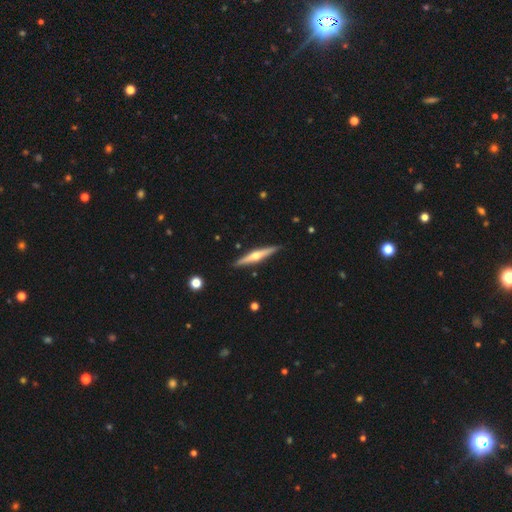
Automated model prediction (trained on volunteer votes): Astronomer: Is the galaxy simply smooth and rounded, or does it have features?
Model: featured or disk — 72%.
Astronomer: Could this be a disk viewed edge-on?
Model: yes — 97%.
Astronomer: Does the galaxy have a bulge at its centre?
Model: rounded — 93%.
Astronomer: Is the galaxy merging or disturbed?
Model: none — 90%.